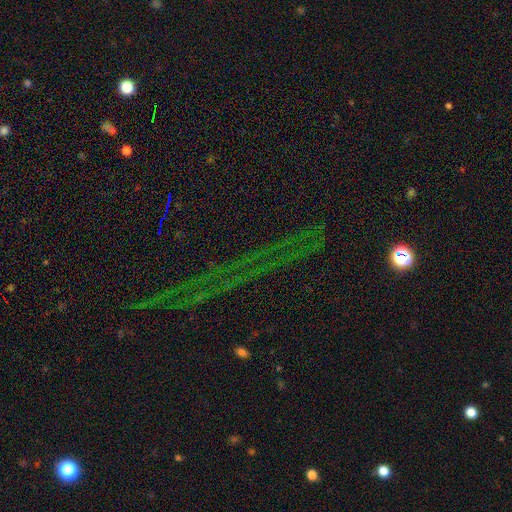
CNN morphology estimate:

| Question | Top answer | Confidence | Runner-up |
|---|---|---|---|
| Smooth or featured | star or artifact | 77% | smooth (12%) |